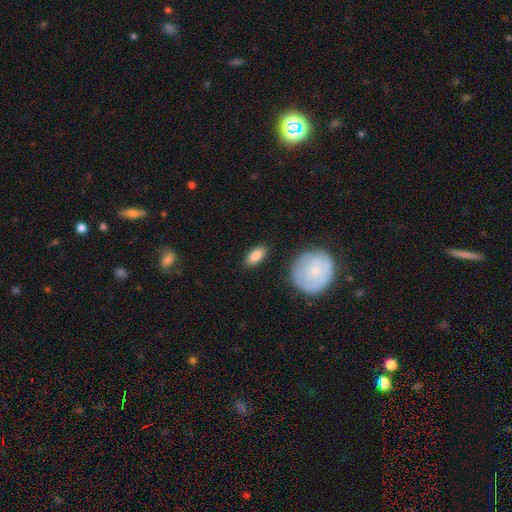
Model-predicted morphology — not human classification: Overall: smooth (85%). How rounded: in between (85%). Merging: none (85%).